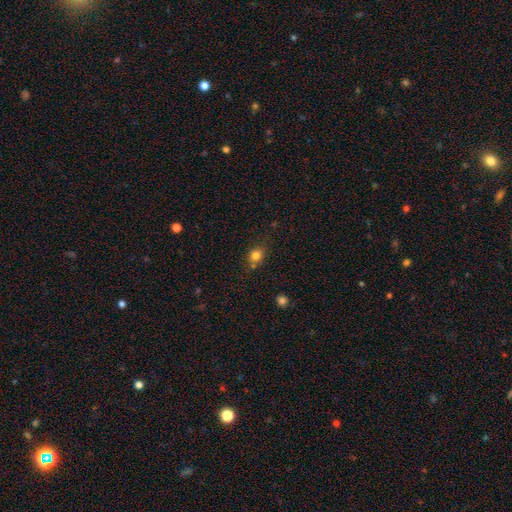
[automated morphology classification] smooth-or-featured: smooth: 80% | star or artifact: 13% | featured or disk: 7%
  how-rounded: round: 64% | in between: 34% | cigar-shaped: 1%
  merging: none: 72% | minor disturbance: 17% | merger: 7% | major disturbance: 4%